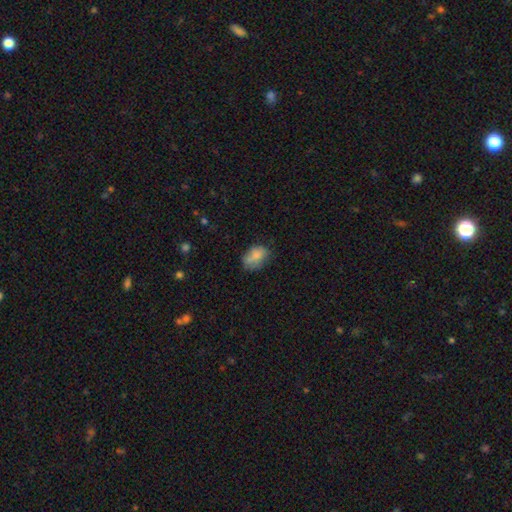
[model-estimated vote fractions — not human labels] A smooth galaxy with no disk features (77%) that is in between round and cigar-shaped (83%). Merging: none (55%).